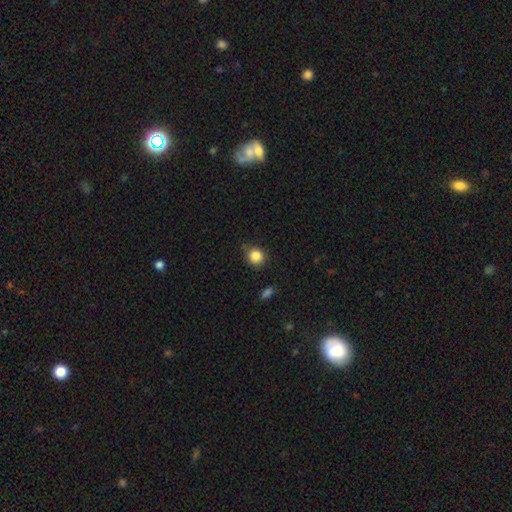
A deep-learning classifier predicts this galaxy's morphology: Q: Smooth or featured?
A: smooth (85%); runner-up: star or artifact (10%)
Q: How rounded?
A: round (88%); runner-up: in between (11%)
Q: Merging?
A: none (81%); runner-up: minor disturbance (14%)